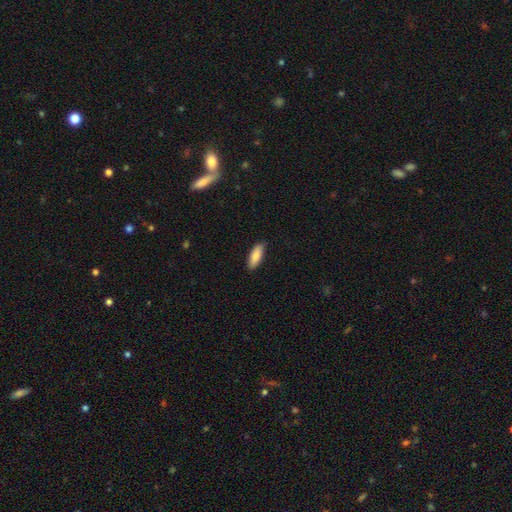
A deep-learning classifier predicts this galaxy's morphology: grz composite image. It shows a smooth galaxy with no disk features (85%) that is in between round and cigar-shaped (64%). Merging: none (87%).